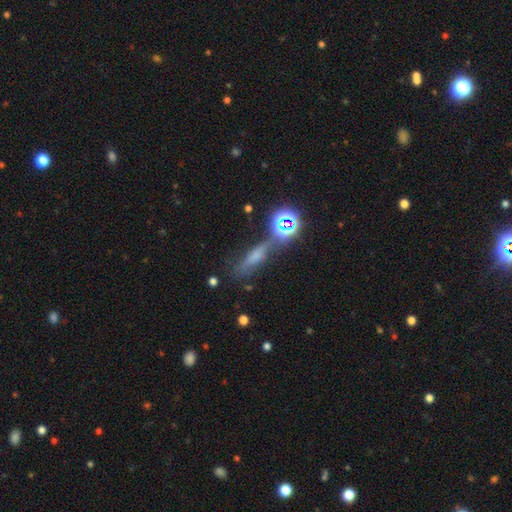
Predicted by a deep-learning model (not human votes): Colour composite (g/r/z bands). It shows a smooth galaxy with no disk features (44%). Merging: none (59%).